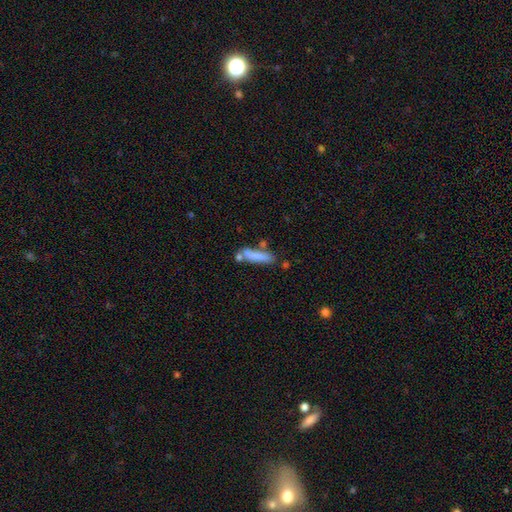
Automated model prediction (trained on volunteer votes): Smooth or featured?
  - smooth: 78% *
  - featured or disk: 15%
  - star or artifact: 7%
How rounded?
  - cigar-shaped: 73% *
  - in between: 25%
  - round: 2%
Merging?
  - none: 61% *
  - minor disturbance: 17%
  - merger: 16%
  - major disturbance: 6%